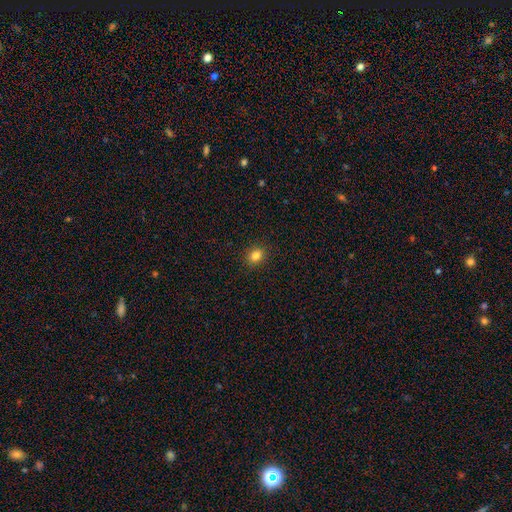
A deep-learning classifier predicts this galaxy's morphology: type=smooth (83%); roundness=round (58%); merging=none (91%).